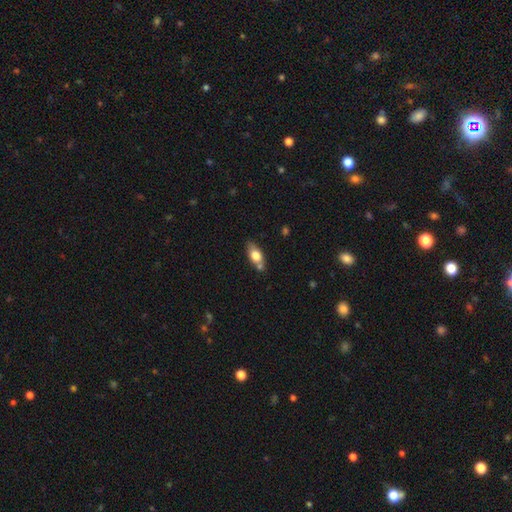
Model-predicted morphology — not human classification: type=smooth (69%); roundness=in between (82%); merging=none (64%).